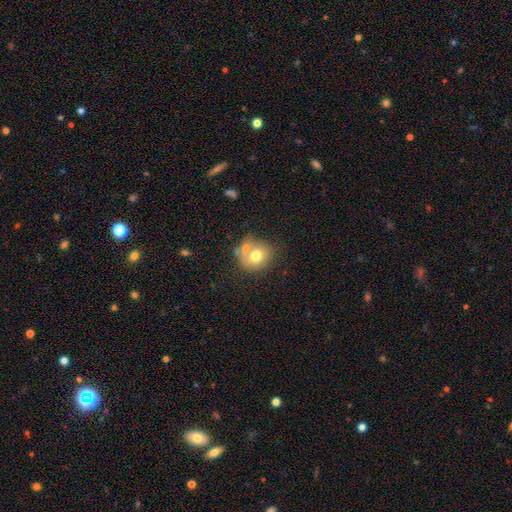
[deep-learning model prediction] The model was most divided on "merging": none: 46%, merger: 29%, minor disturbance: 18%, major disturbance: 8%. More confident: how rounded — round (78%); smooth or featured — smooth (70%).